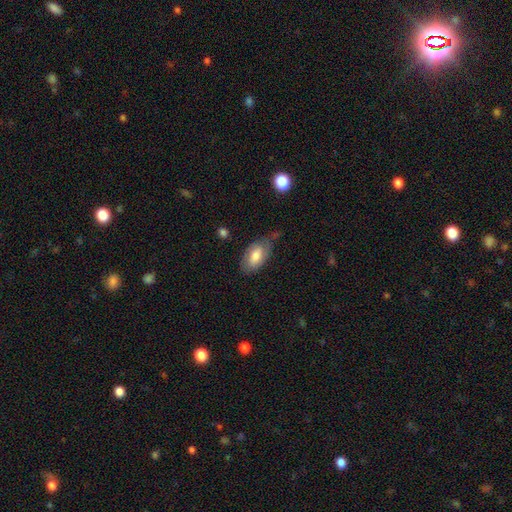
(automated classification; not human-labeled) A smooth galaxy with no disk features (73%) that is in between round and cigar-shaped (92%). Merging: none (58%).